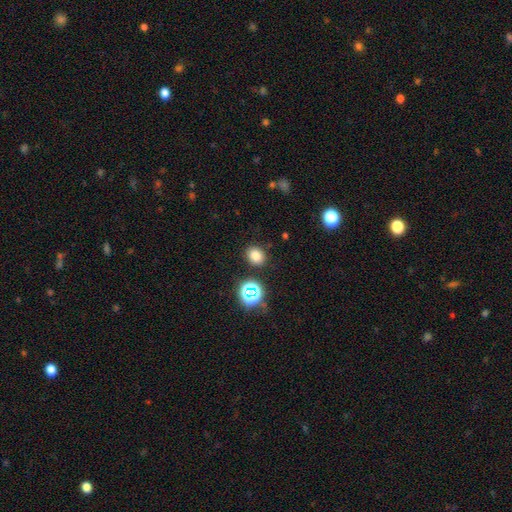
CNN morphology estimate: type=smooth (77%); roundness=round (56%); merging=none (85%).